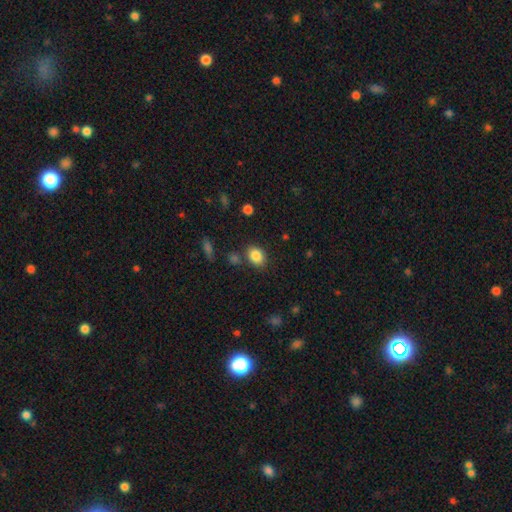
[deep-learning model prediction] This is clearly a smooth galaxy (85%). How rounded: likely in between (64%). Merging: likely none (78%).